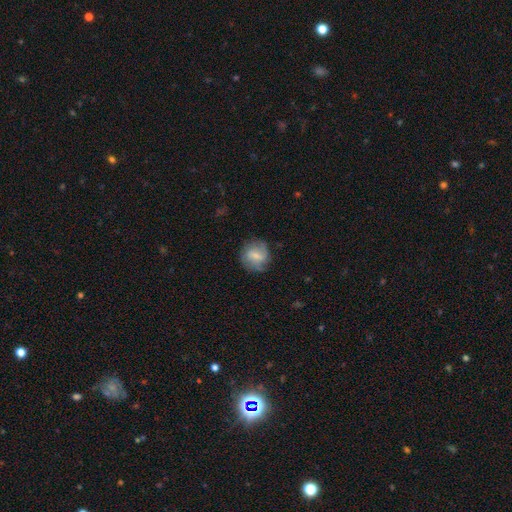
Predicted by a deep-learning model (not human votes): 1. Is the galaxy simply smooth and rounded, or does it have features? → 53% smooth, 39% featured or disk, 8% star or artifact.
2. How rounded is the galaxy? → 80% round, 18% in between, 1% cigar-shaped.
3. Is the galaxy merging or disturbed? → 72% none, 19% minor disturbance, 8% major disturbance, 1% merger.